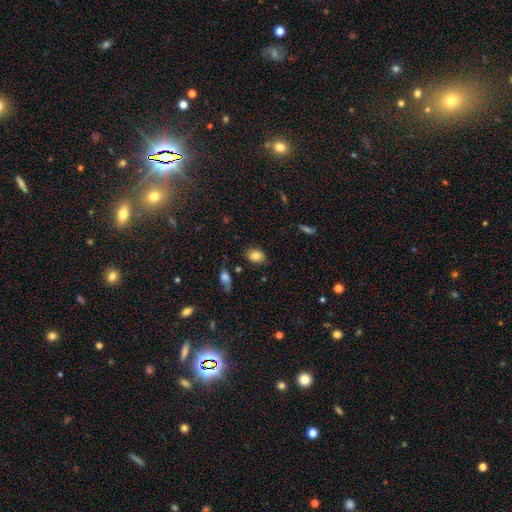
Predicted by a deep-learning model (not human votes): This is clearly a smooth galaxy (81%). How rounded: likely in between (74%). Merging: likely none (77%).